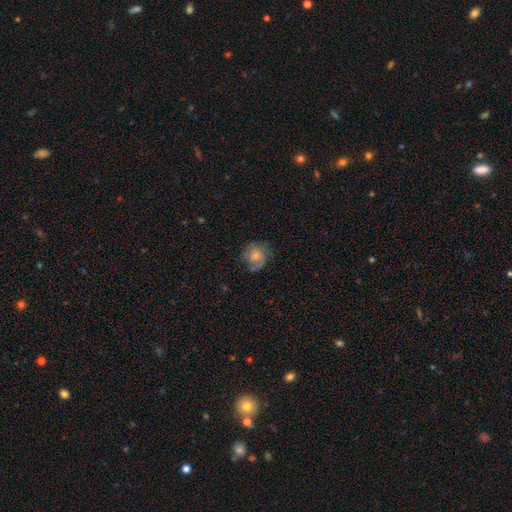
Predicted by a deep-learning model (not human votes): Q: Smooth or featured?
A: featured or disk (55%); runner-up: smooth (34%)
Q: Edge-on disk?
A: no (97%); runner-up: yes (3%)
Q: Bar?
A: no (75%); runner-up: weak (21%)
Q: Spiral arms?
A: yes (84%); runner-up: no (16%)
Q: Bulge size?
A: moderate (48%); runner-up: small (41%)
Q: Merging?
A: none (66%); runner-up: minor disturbance (21%)